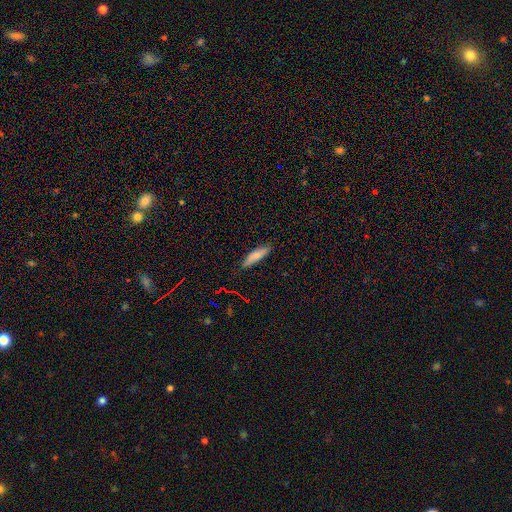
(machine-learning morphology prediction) Overall: smooth (77%). How rounded: cigar-shaped (65%; in between 33%). Merging: none (83%).